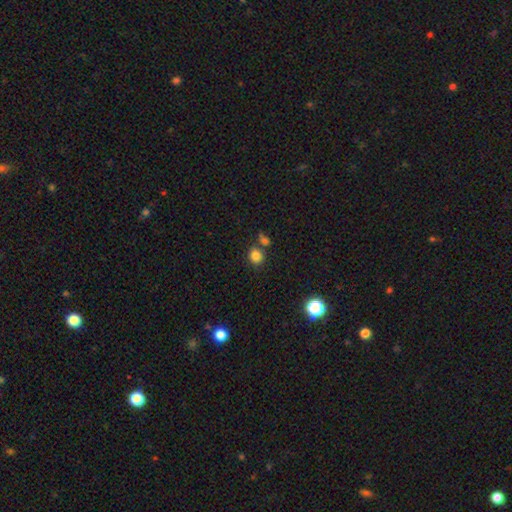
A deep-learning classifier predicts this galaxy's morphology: The model was most divided on "merging": none: 67%, merger: 18%, minor disturbance: 11%, major disturbance: 4%. More confident: smooth or featured — smooth (82%); how rounded — round (75%).